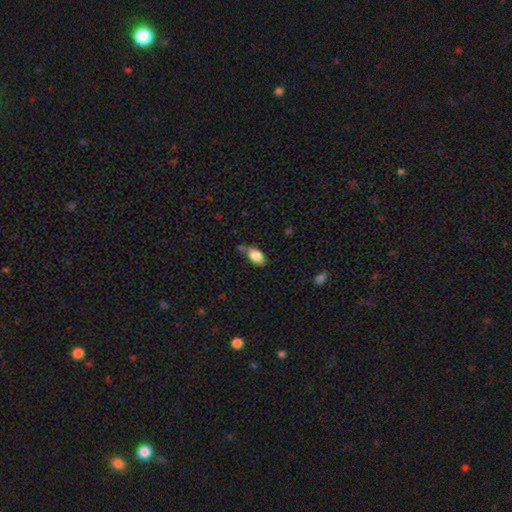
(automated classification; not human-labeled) Overall: smooth (83%). How rounded: in between (90%). Merging: none (47%; minor disturbance 31%).